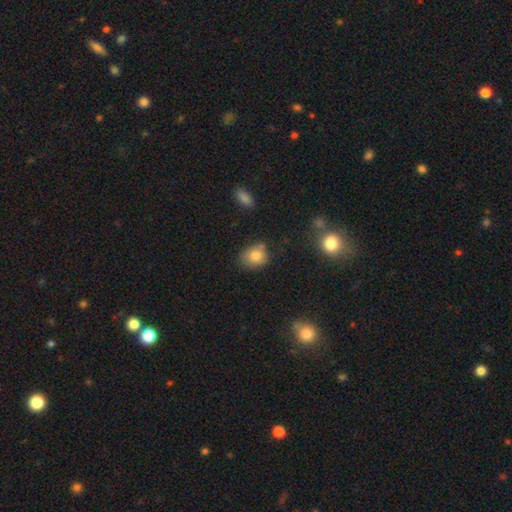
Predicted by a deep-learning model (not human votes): smooth 79%, featured or disk 12%, star or artifact 10%. Down the decision tree: how rounded — round (58%); merging — none (63%).